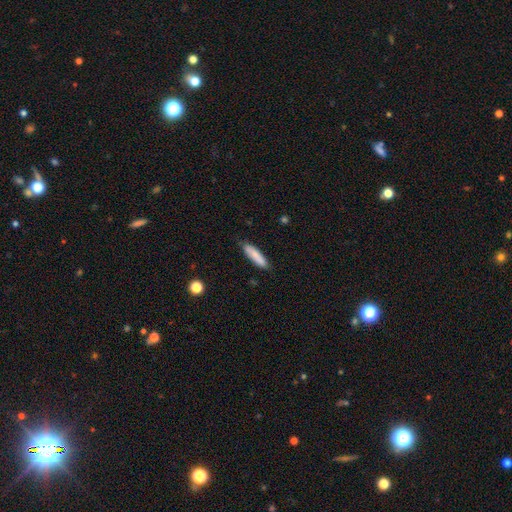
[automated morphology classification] A smooth galaxy with no disk features (84%) that is cigar-shaped (72%).

Vote fractions:
- Smooth or featured? smooth: 84% / featured or disk: 10% / star or artifact: 6%
- How rounded? cigar-shaped: 72% / in between: 26% / round: 1%
- Merging? none: 84% / minor disturbance: 13% / major disturbance: 2% / merger: 1%